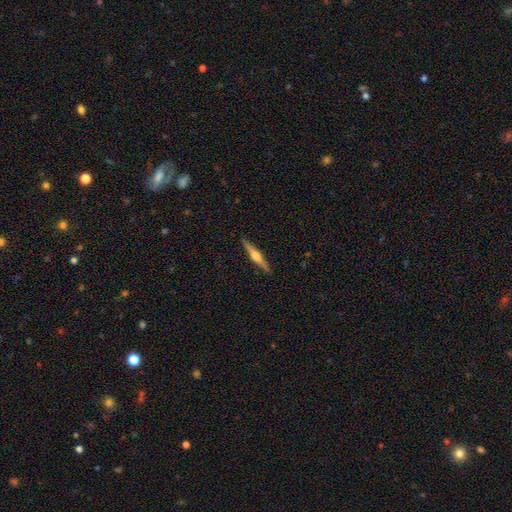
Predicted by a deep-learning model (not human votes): Smooth or featured: featured or disk — 70% (smooth — 25%)
Edge-on disk: yes — 98% (no — 2%)
Edge-on bulge: rounded — 92% (boxy — 4%)
Merging: none — 91% (minor disturbance — 6%)